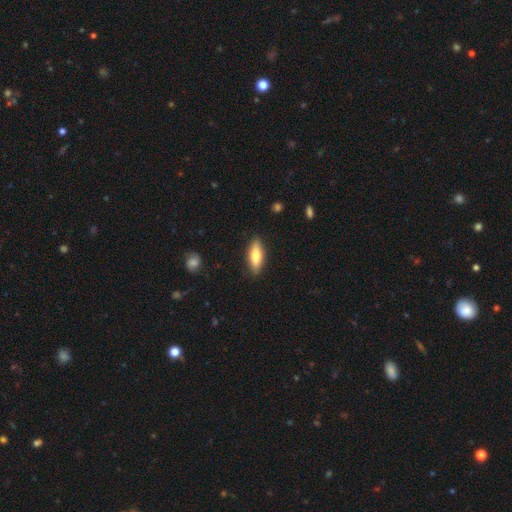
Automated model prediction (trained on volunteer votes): Q: Smooth or featured?
A: smooth (70%); runner-up: featured or disk (24%)
Q: How rounded?
A: in between (57%); runner-up: cigar-shaped (41%)
Q: Merging?
A: none (87%); runner-up: minor disturbance (10%)